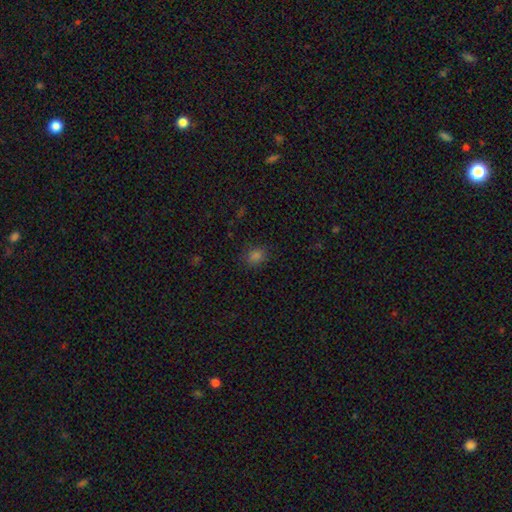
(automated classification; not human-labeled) This is likely a smooth galaxy (78%). How rounded: likely round (63%). Merging: clearly none (85%).